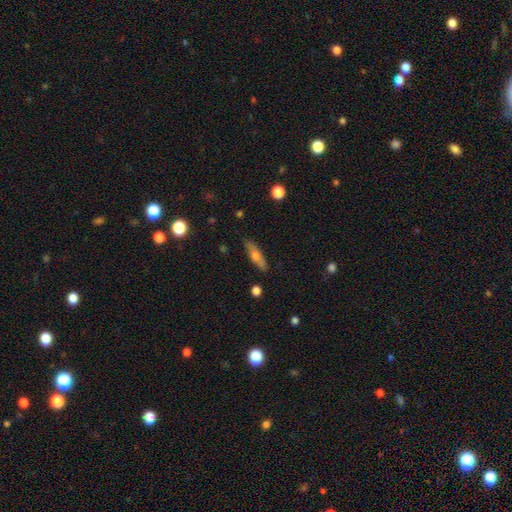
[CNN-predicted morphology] smooth_or_featured: smooth (p=0.56) [alt: featured or disk p=0.37]
how_rounded: cigar-shaped (p=0.62) [alt: in between p=0.35]
merging: none (p=0.84) [alt: minor disturbance p=0.12]